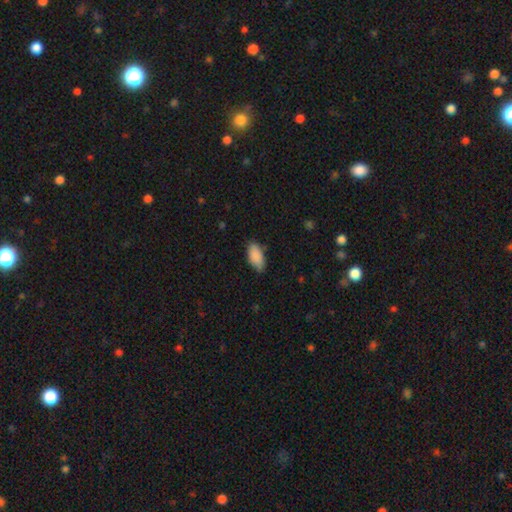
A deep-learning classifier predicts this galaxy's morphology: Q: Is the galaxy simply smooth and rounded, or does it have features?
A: smooth — 89%.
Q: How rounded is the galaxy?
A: in between — 93%.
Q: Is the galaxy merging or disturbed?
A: none — 78%.